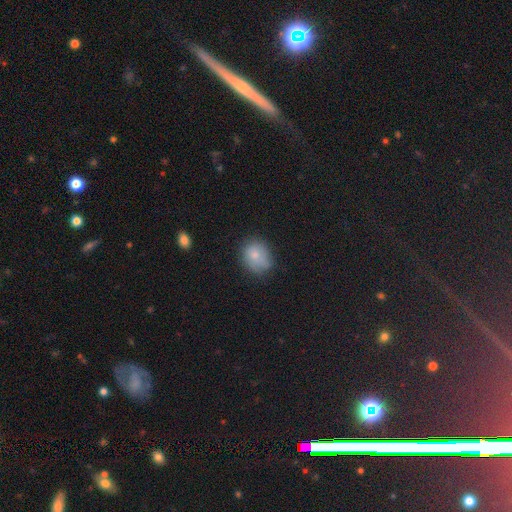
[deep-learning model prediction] Morphology: type=smooth (77%); roundness=round (62%); merging=none (61%).